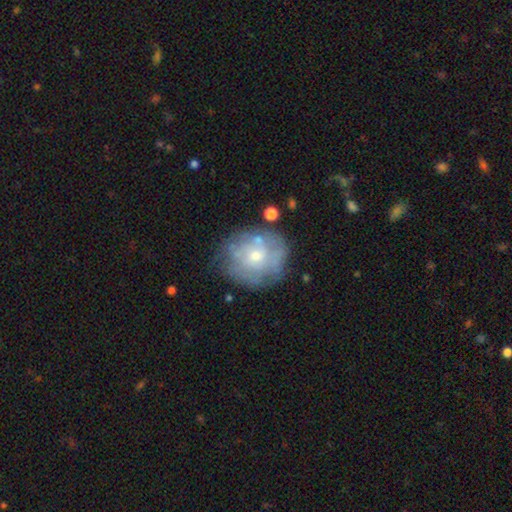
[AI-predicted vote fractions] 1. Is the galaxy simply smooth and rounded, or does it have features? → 51% featured or disk, 40% smooth, 9% star or artifact.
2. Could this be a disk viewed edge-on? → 97% no, 3% yes.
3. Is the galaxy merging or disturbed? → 64% none, 21% minor disturbance, 10% major disturbance, 4% merger.